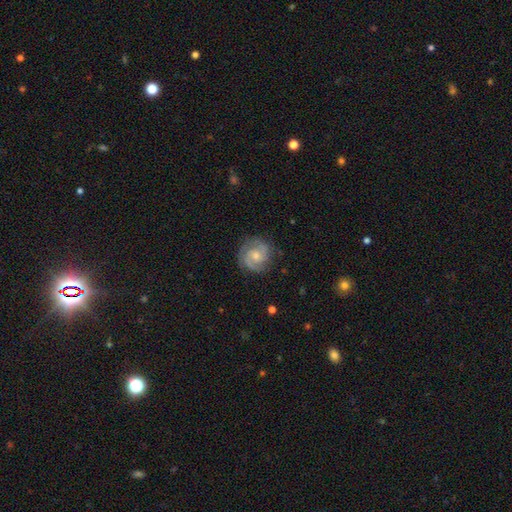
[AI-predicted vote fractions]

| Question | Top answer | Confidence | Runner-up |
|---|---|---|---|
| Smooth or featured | featured or disk | 83% | smooth (12%) |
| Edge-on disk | no | 98% | yes (2%) |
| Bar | no | 59% | weak (36%) |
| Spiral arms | yes | 97% | no (3%) |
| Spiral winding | tight | 53% | medium (39%) |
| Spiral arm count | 2 | 72% | 3 (12%) |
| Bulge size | moderate | 46% | small (45%) |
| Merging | none | 81% | minor disturbance (13%) |